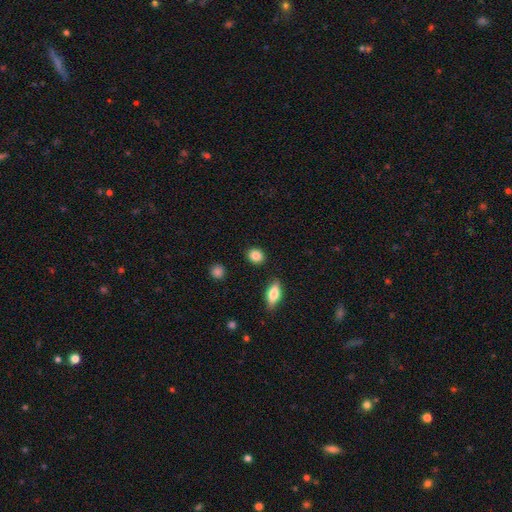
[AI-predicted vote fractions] Morphology: type=smooth (86%); roundness=round (67%); merging=none (89%).